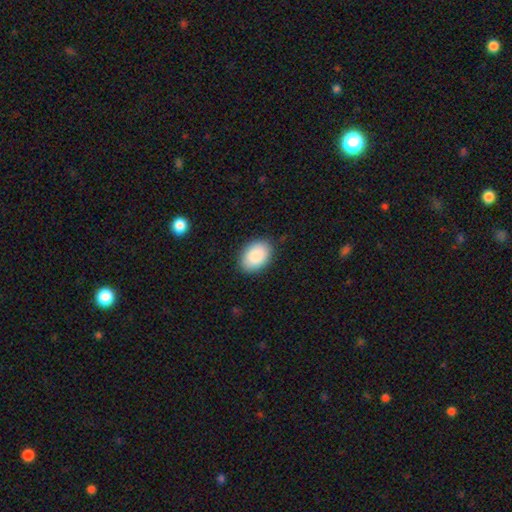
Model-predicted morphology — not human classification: smooth 89%, star or artifact 6%, featured or disk 5%. Down the decision tree: how rounded — in between (86%); merging — none (88%).